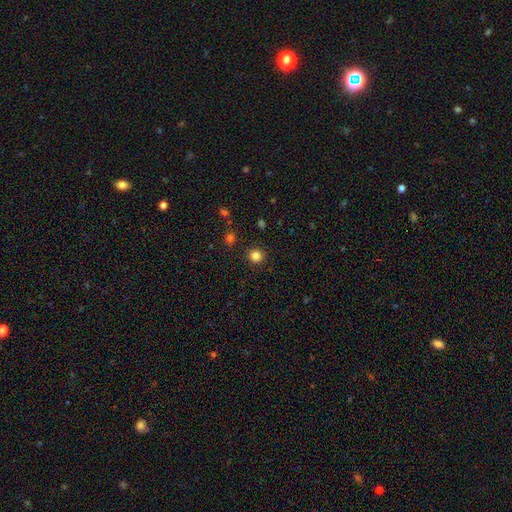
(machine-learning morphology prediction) smooth-or-featured: smooth: 83% | star or artifact: 13% | featured or disk: 4%
  how-rounded: round: 93% | in between: 6% | cigar-shaped: 1%
  merging: none: 91% | minor disturbance: 5% | major disturbance: 2% | merger: 2%